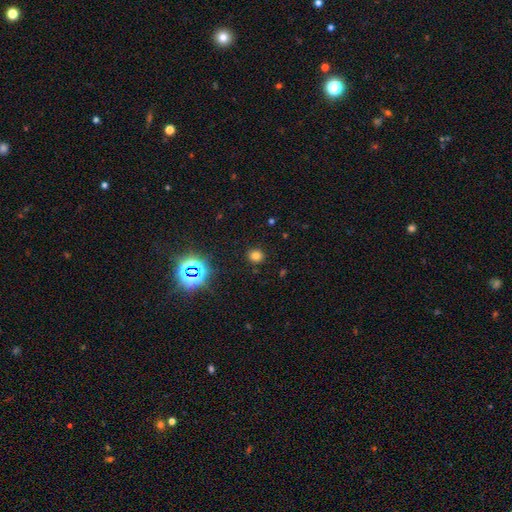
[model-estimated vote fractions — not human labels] smooth-or-featured: smooth: 71% | star or artifact: 23% | featured or disk: 6%
  how-rounded: round: 80% | in between: 19% | cigar-shaped: 1%
  merging: none: 88% | minor disturbance: 7% | major disturbance: 3% | merger: 2%